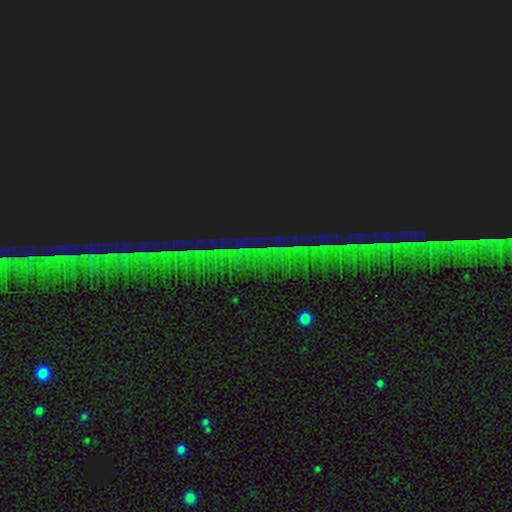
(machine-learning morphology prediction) This appears to be a star or artifact, not a galaxy (86%).